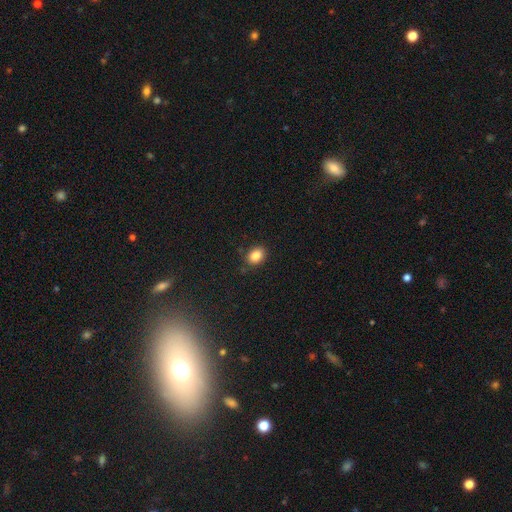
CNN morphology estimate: This is clearly a smooth galaxy (85%). How rounded: likely in between (62%). Merging: clearly none (86%).